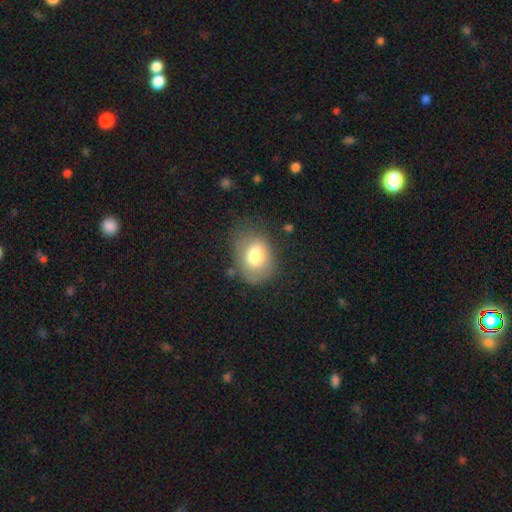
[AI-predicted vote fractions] Q: Smooth or featured?
A: smooth (75%); runner-up: featured or disk (16%)
Q: How rounded?
A: in between (60%); runner-up: round (39%)
Q: Merging?
A: none (64%); runner-up: minor disturbance (23%)